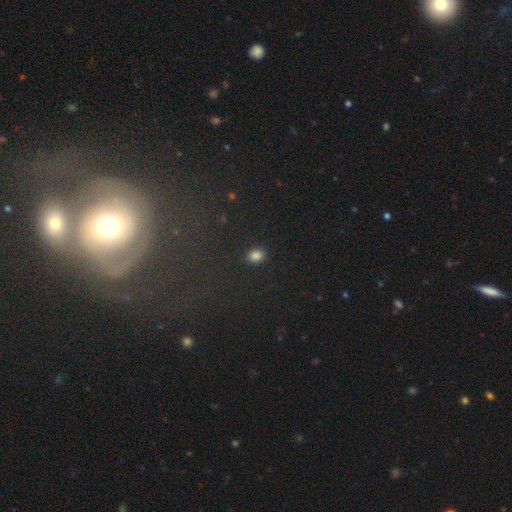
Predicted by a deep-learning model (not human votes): Smooth or featured?
  - smooth: 84% *
  - star or artifact: 12%
  - featured or disk: 4%
How rounded?
  - in between: 66% *
  - round: 33%
  - cigar-shaped: 1%
Merging?
  - none: 89% *
  - minor disturbance: 8%
  - major disturbance: 2%
  - merger: 1%